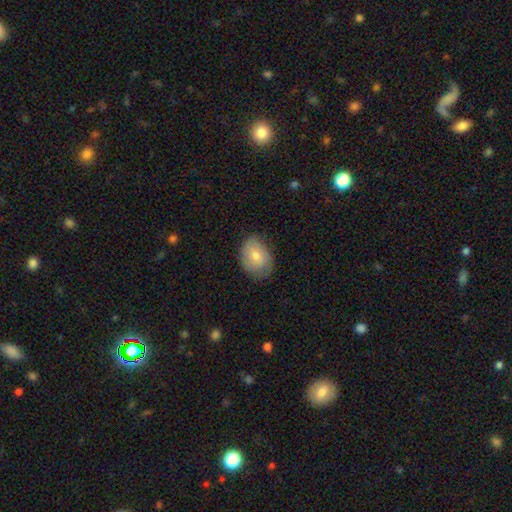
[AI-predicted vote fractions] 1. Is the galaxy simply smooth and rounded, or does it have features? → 74% smooth, 18% featured or disk, 8% star or artifact.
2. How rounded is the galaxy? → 68% in between, 31% round, 1% cigar-shaped.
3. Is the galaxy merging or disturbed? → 73% none, 22% minor disturbance, 4% major disturbance, 1% merger.